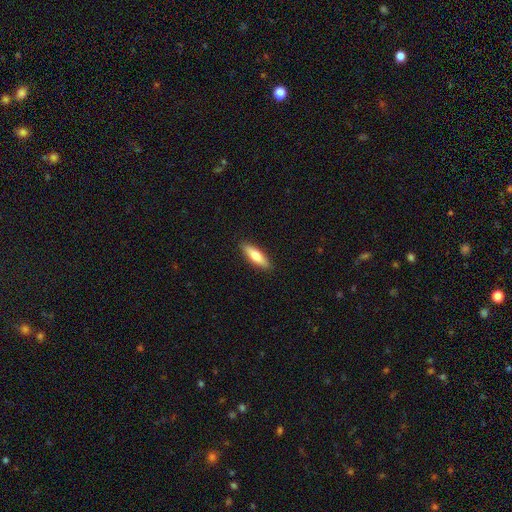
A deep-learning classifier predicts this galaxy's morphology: type=smooth (71%); roundness=cigar-shaped (54%); merging=none (90%).